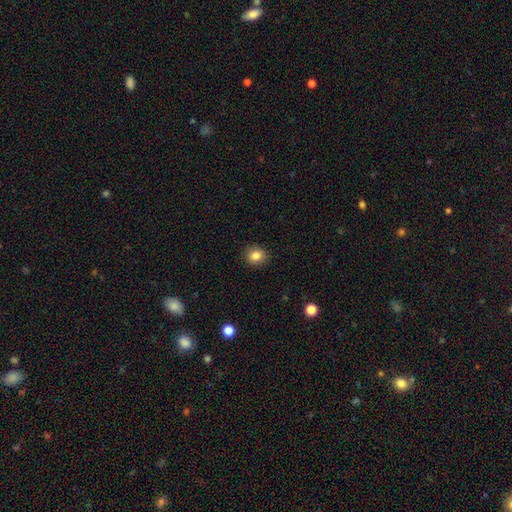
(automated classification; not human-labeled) smooth 84%, star or artifact 10%, featured or disk 6%. Down the decision tree: how rounded — round (76%); merging — none (90%).